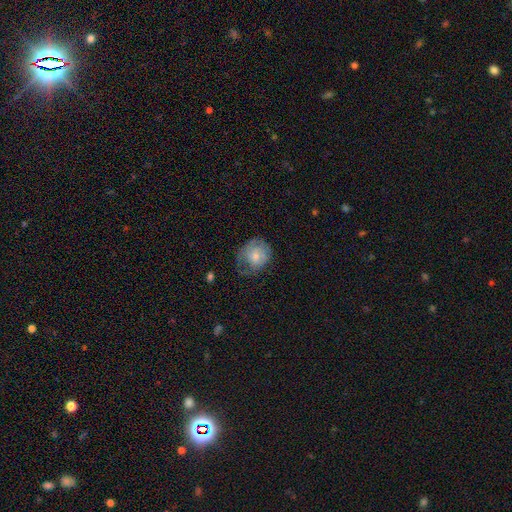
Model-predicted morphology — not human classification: smooth 59%, featured or disk 34%, star or artifact 7%. Down the decision tree: how rounded — round (69%); merging — none (46%).